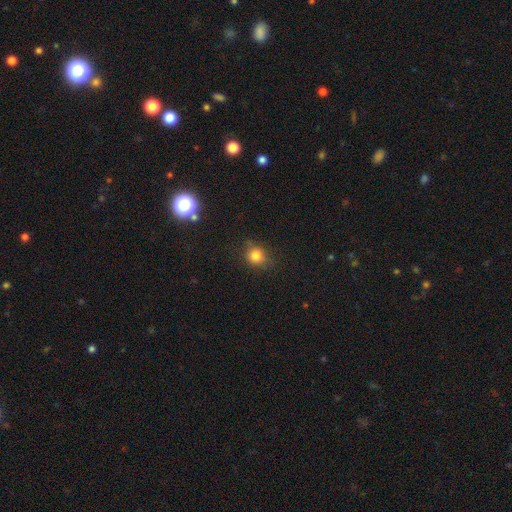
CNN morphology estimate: The model was most divided on "how rounded": round: 76%, in between: 22%, cigar-shaped: 1%. More confident: smooth or featured — smooth (80%); merging — none (75%).